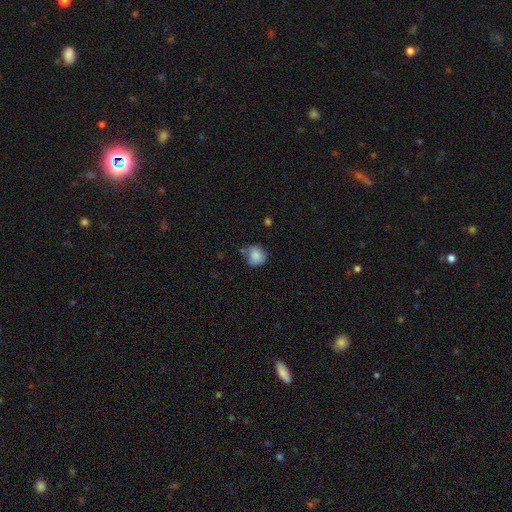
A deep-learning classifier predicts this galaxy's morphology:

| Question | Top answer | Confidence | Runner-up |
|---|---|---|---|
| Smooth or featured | smooth | 85% | star or artifact (9%) |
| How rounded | round | 82% | in between (17%) |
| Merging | none | 67% | minor disturbance (23%) |